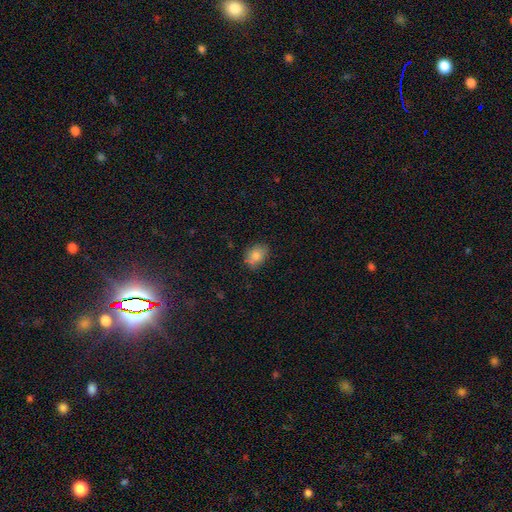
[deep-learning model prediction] Morphology: type=smooth (83%); roundness=in between (59%); merging=none (73%).